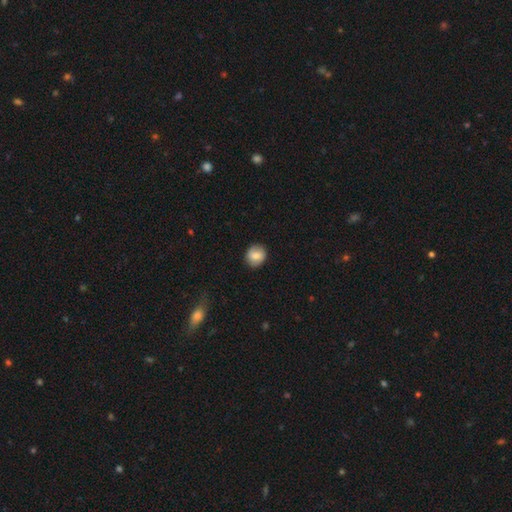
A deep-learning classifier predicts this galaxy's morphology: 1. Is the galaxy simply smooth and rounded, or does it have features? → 77% smooth, 15% featured or disk, 8% star or artifact.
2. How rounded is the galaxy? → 81% round, 18% in between, 1% cigar-shaped.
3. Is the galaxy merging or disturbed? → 86% none, 10% minor disturbance, 2% major disturbance, 1% merger.